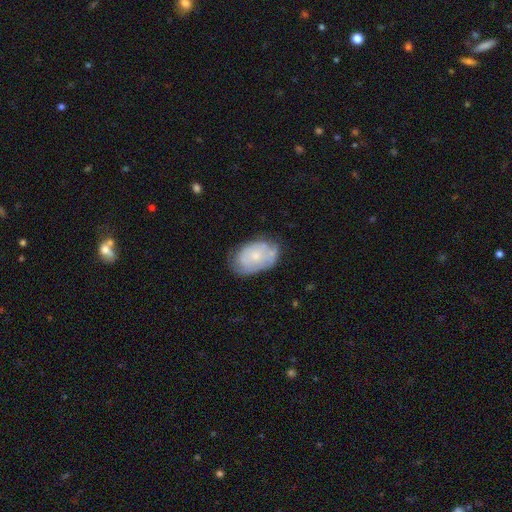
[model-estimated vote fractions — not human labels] Smooth or featured: smooth — 49% (featured or disk — 44%)
Merging: none — 58% (minor disturbance — 29%)